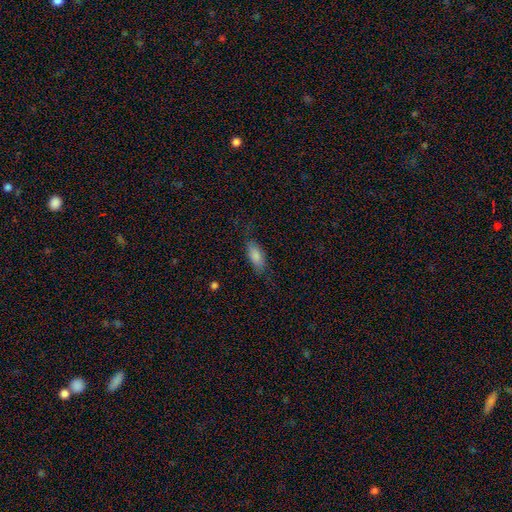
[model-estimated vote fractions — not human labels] Morphology: type=smooth (83%); roundness=in between (79%); merging=none (74%).